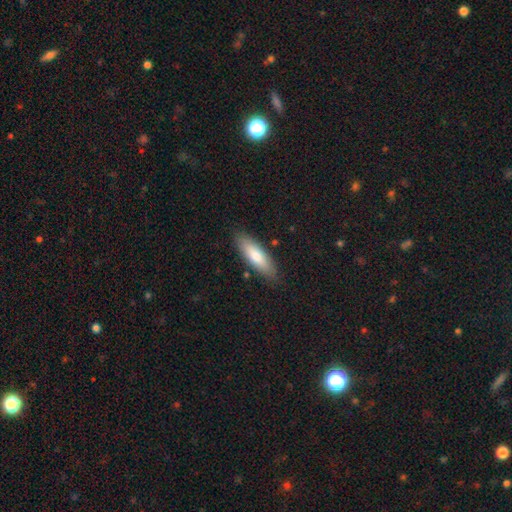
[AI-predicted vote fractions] This is likely a smooth galaxy (73%). How rounded: possibly in between (50%). Merging: clearly none (86%).